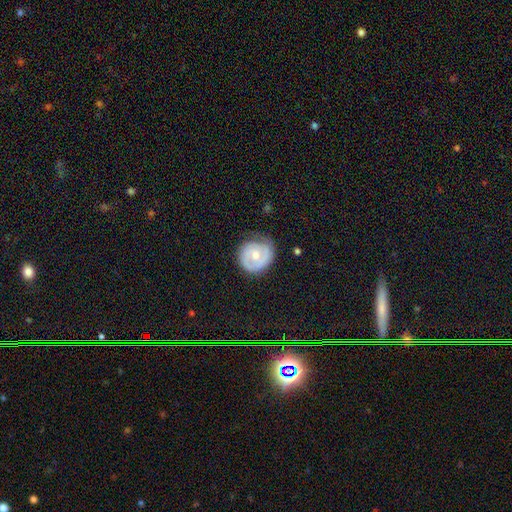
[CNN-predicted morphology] Smooth or featured?
  - featured or disk: 60% *
  - smooth: 35%
  - star or artifact: 6%
Edge-on disk?
  - no: 97% *
  - yes: 3%
Bar?
  - no: 73% *
  - weak: 23%
  - strong: 4%
Spiral arms?
  - yes: 74% *
  - no: 26%
Bulge size?
  - moderate: 62% *
  - small: 32%
  - large: 3%
  - none: 2%
  - dominant: 1%
Merging?
  - none: 65% *
  - minor disturbance: 26%
  - major disturbance: 8%
  - merger: 1%